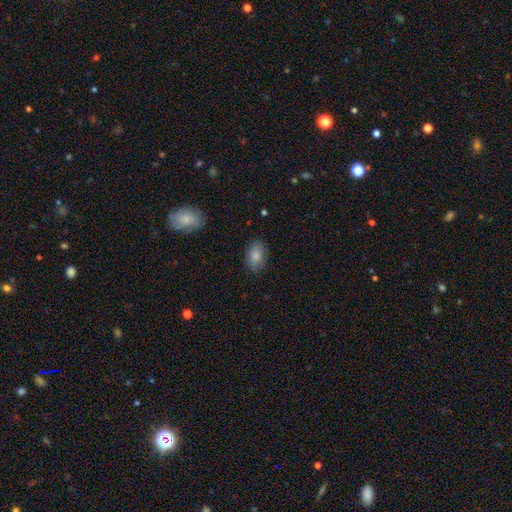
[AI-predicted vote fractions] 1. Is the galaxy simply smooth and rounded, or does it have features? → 84% smooth, 9% featured or disk, 8% star or artifact.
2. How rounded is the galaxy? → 91% in between, 8% round, 2% cigar-shaped.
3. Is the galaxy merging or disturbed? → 85% none, 12% minor disturbance, 3% major disturbance, 1% merger.